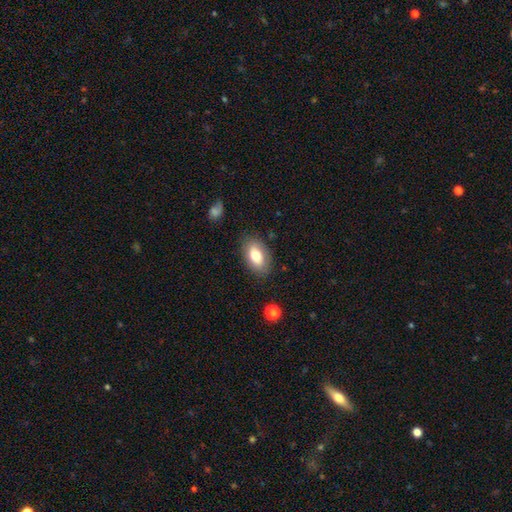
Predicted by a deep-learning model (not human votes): The model was most divided on "smooth or featured": smooth: 76%, featured or disk: 17%, star or artifact: 7%. More confident: how rounded — in between (92%); merging — none (83%).